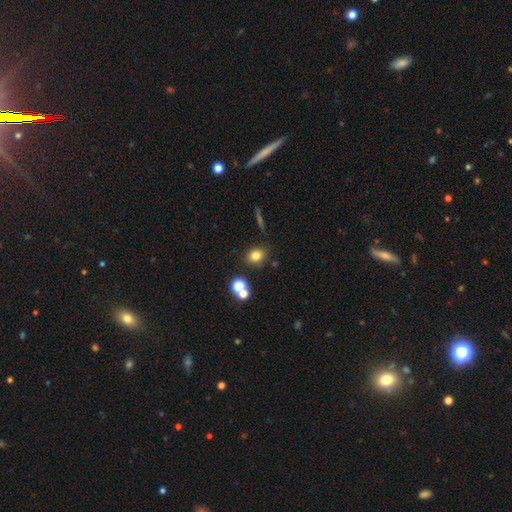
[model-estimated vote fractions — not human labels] smooth_or_featured: smooth (p=0.78) [alt: star or artifact p=0.14]
how_rounded: round (p=0.54) [alt: in between p=0.45]
merging: none (p=0.79) [alt: minor disturbance p=0.10]